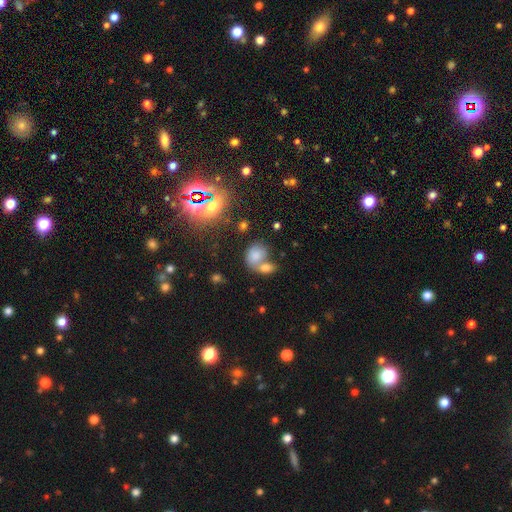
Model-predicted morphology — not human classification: smooth_or_featured: smooth (p=0.73) [alt: star or artifact p=0.13]
how_rounded: in between (p=0.62) [alt: round p=0.36]
merging: merger (p=0.53) [alt: none p=0.29]